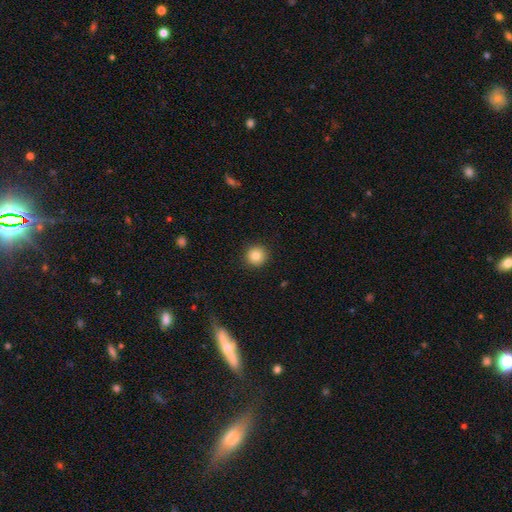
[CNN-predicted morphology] This is clearly a smooth galaxy (83%). How rounded: clearly round (94%). Merging: clearly none (92%).